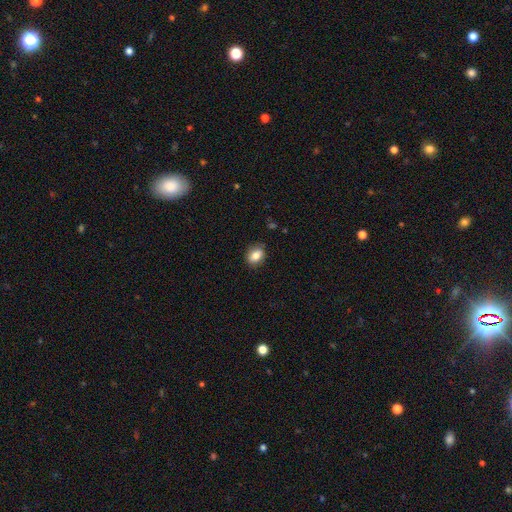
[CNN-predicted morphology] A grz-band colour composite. It shows a smooth galaxy with no disk features (81%) that is in between round and cigar-shaped (65%). Merging: none (82%).